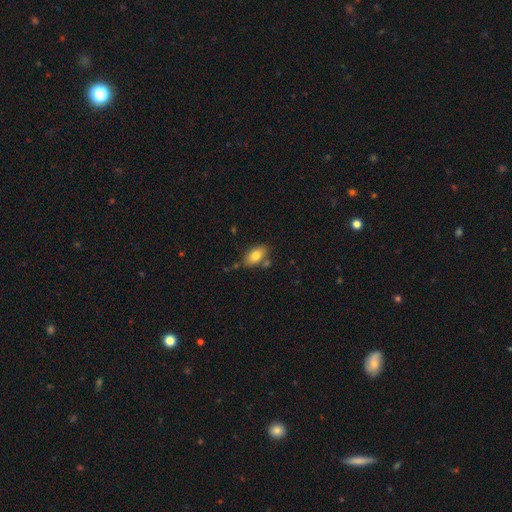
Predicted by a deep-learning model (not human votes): Q: Smooth or featured?
A: smooth (80%); runner-up: featured or disk (12%)
Q: How rounded?
A: in between (90%); runner-up: round (7%)
Q: Merging?
A: none (68%); runner-up: minor disturbance (17%)